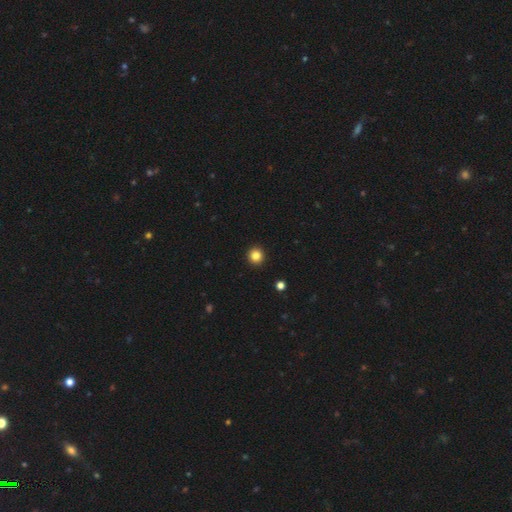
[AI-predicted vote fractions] Smooth or featured?
  - smooth: 85% *
  - star or artifact: 11%
  - featured or disk: 4%
How rounded?
  - round: 95% *
  - in between: 4%
  - cigar-shaped: 1%
Merging?
  - none: 94% *
  - minor disturbance: 4%
  - major disturbance: 1%
  - merger: 1%